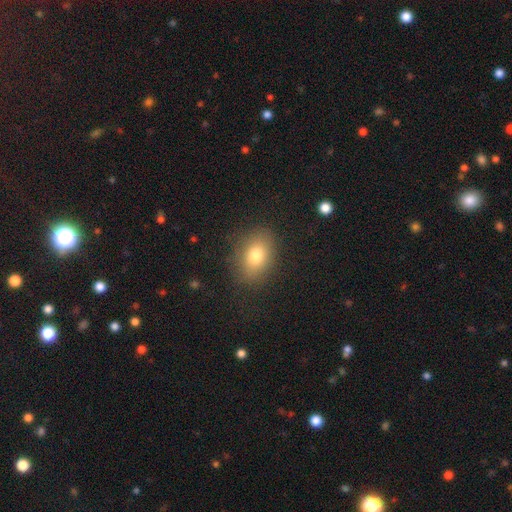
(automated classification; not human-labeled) The model was most divided on "how rounded": in between: 71%, round: 27%, cigar-shaped: 1%. More confident: merging — none (83%); smooth or featured — smooth (77%).